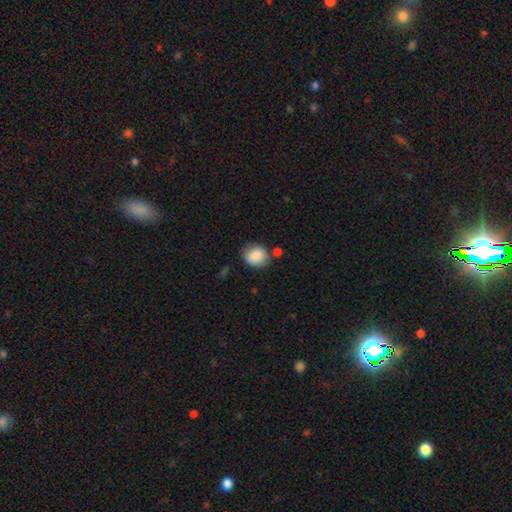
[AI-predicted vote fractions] Smooth or featured? Predicted: smooth (p=0.87). How rounded? Predicted: round (p=0.68). Merging? Predicted: none (p=0.70).